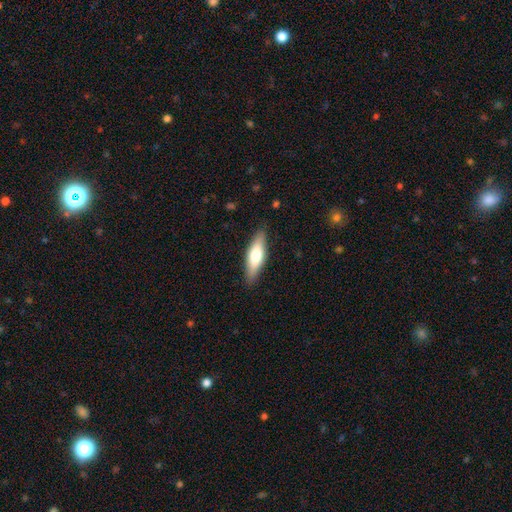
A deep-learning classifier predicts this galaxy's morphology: Smooth or featured: smooth — 60% (featured or disk — 35%)
How rounded: cigar-shaped — 54% (in between — 44%)
Merging: none — 87% (minor disturbance — 10%)